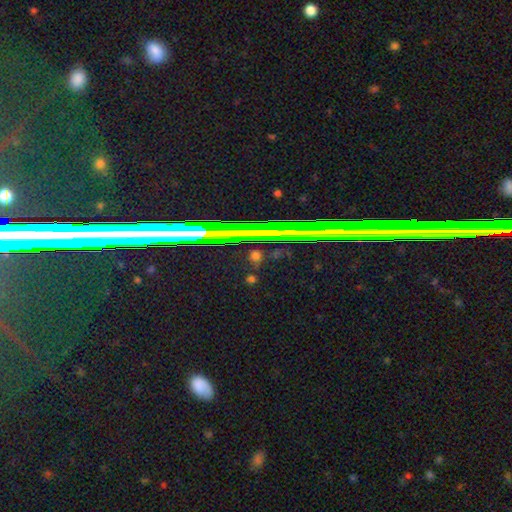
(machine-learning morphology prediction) type=star or artifact (70%).